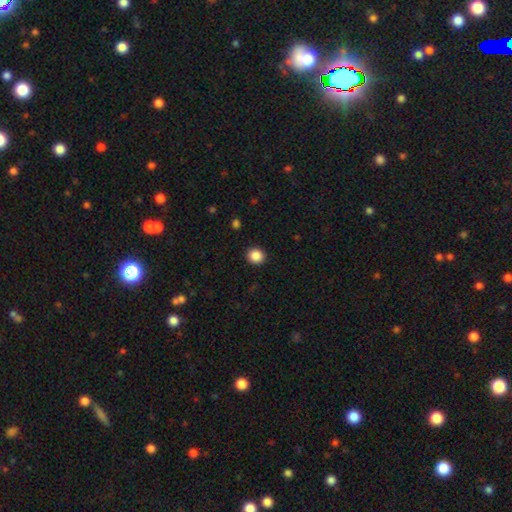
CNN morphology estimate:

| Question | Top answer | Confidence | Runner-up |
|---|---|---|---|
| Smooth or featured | smooth | 87% | star or artifact (10%) |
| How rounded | round | 84% | in between (15%) |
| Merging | none | 92% | minor disturbance (6%) |